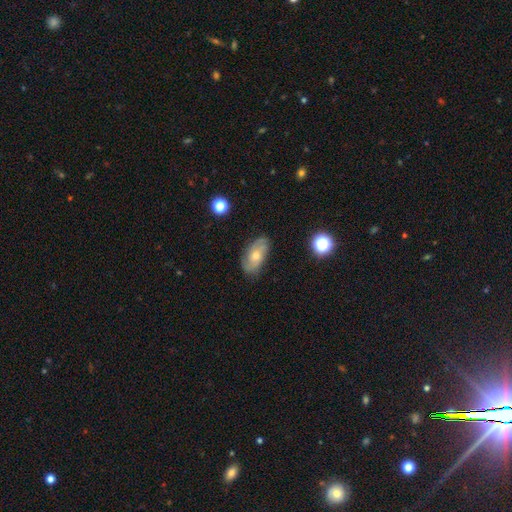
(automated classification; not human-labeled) Morphology: type=featured or disk (58%); edge-on=no (93%); bar=no (73%); spiral arms=yes (85%); bulge=moderate (53%); merging=none (75%).